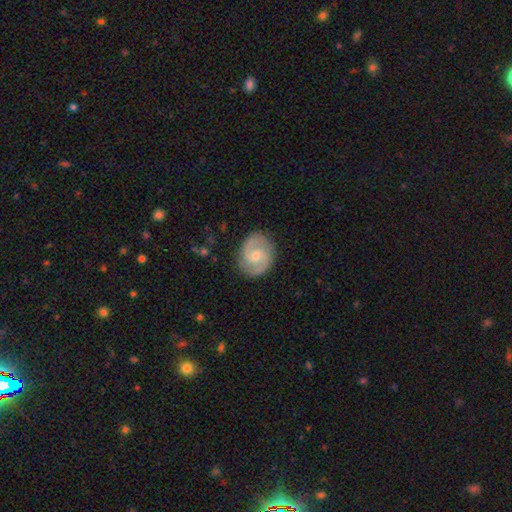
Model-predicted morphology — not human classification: A featured or disk galaxy (81%) with no bar (46%, tied with weak), 2 (91%) medium (48%) spiral arms (96%) and a moderate central bulge (55%).

Vote fractions:
- Smooth or featured? featured or disk: 81% / smooth: 13% / star or artifact: 5%
- Edge-on disk? no: 98% / yes: 2%
- Bar? no: 46% (tied) / weak: 46% (tied) / strong: 8%
- Spiral arms? yes: 96% / no: 4%
- Spiral winding? medium: 48% / tight: 41% / loose: 11%
- Spiral arm count? 2: 91% / can't tell: 4% / 3: 2% / 1: 1% / 4: 1% / more than 4: 1%
- Bulge size? moderate: 55% / small: 39% / none: 3% / large: 2% / dominant: 1%
- Merging? none: 85% / minor disturbance: 11% / major disturbance: 3% / merger: 1%